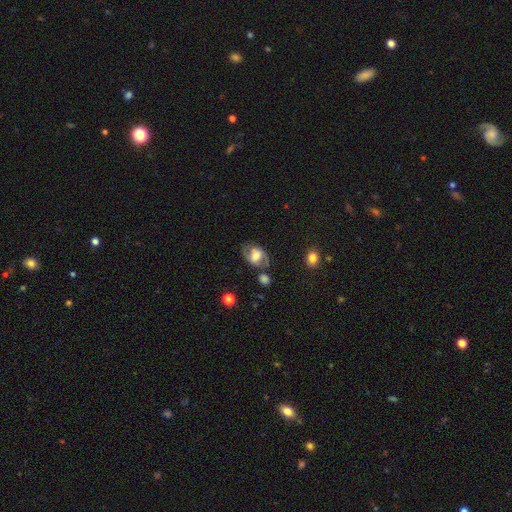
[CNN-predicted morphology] type=featured or disk (51%); edge-on=no (93%); merging=none (61%).